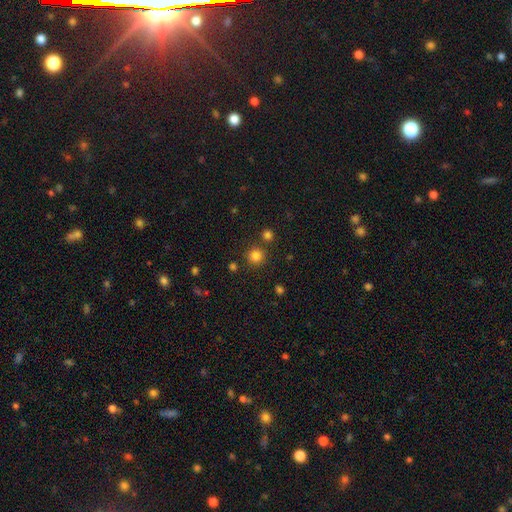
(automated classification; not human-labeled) Smooth or featured? Predicted: smooth (p=0.81). How rounded? Predicted: round (p=0.94). Merging? Predicted: none (p=0.83).